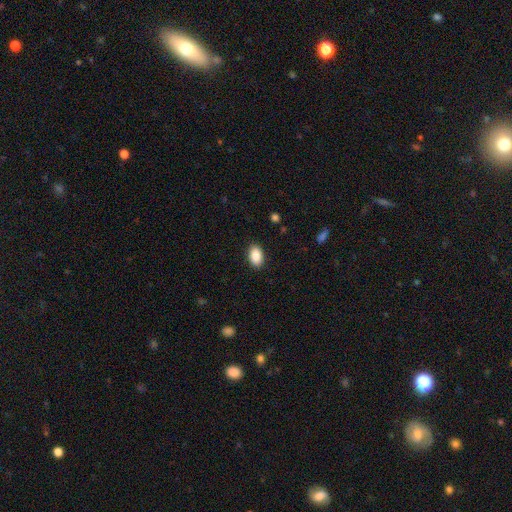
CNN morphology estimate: Smooth or featured: smooth — 90% (star or artifact — 7%)
How rounded: in between — 92% (round — 7%)
Merging: none — 89% (minor disturbance — 8%)